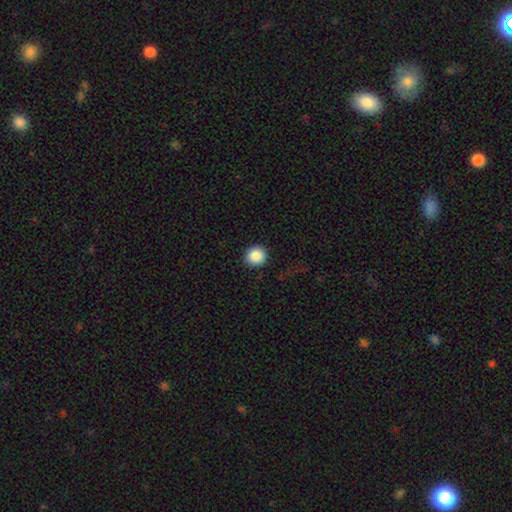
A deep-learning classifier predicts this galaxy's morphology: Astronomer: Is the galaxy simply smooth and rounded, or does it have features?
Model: smooth — 88%.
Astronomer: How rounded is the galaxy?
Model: round — 92%.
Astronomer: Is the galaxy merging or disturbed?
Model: none — 90%.